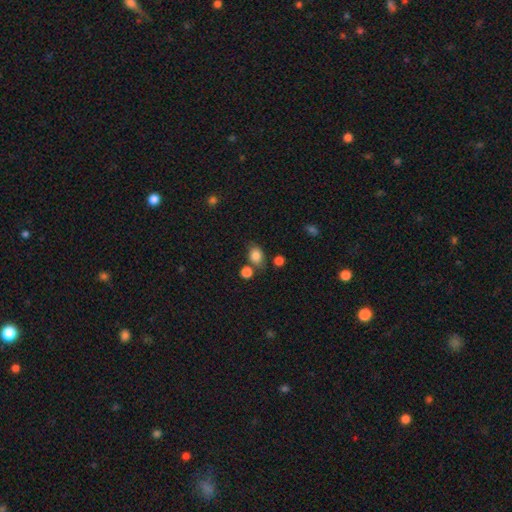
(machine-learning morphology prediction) A smooth galaxy with no disk features (83%) that is in between round and cigar-shaped (54%). Merging: none (65%).